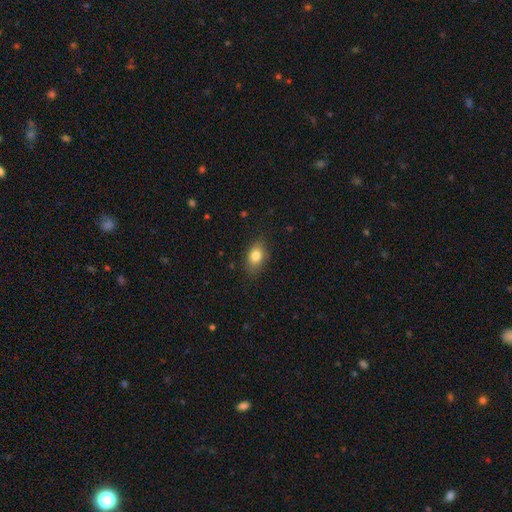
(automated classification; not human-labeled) Smooth or featured? Predicted: smooth (p=0.81). How rounded? Predicted: in between (p=0.79). Merging? Predicted: none (p=0.80).